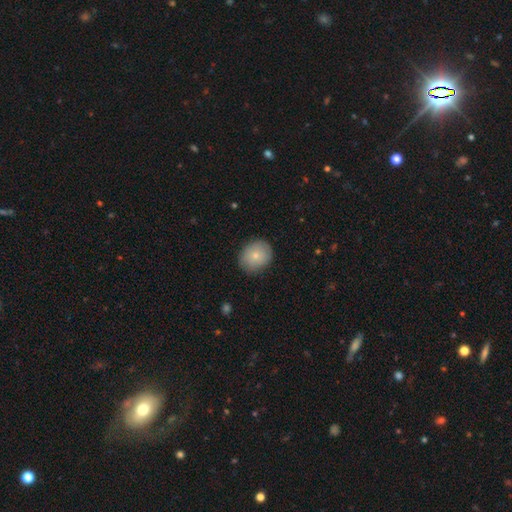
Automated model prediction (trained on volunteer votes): Overall: smooth (77%). How rounded: round (67%; in between 32%). Merging: none (84%).